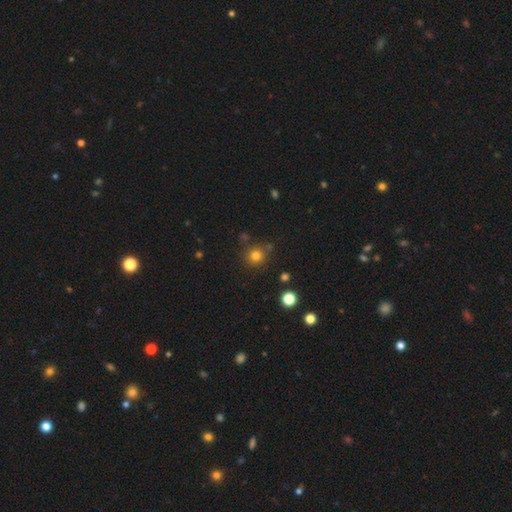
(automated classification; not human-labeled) smooth-or-featured: smooth: 78% | star or artifact: 16% | featured or disk: 6%
  how-rounded: round: 90% | in between: 9% | cigar-shaped: 1%
  merging: none: 81% | minor disturbance: 10% | merger: 6% | major disturbance: 3%